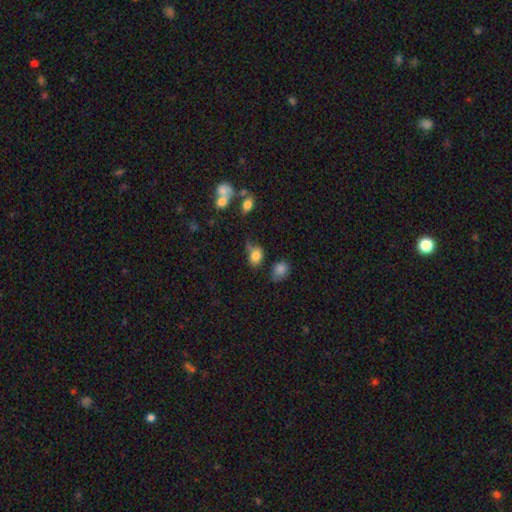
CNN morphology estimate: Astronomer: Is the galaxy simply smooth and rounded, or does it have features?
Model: smooth — 81%.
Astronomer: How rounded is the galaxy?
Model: in between — 57% (runner-up: round, 42%).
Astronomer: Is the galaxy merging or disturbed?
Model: none — 48% (runner-up: minor disturbance, 32%).